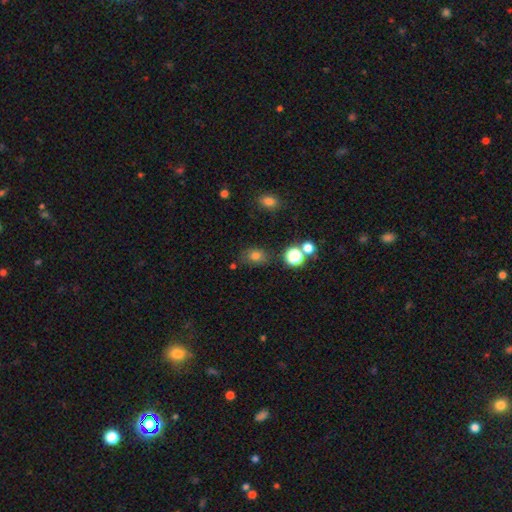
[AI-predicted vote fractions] smooth_or_featured: smooth (p=0.74) [alt: star or artifact p=0.18]
how_rounded: in between (p=0.57) [alt: round p=0.41]
merging: none (p=0.73) [alt: minor disturbance p=0.17]